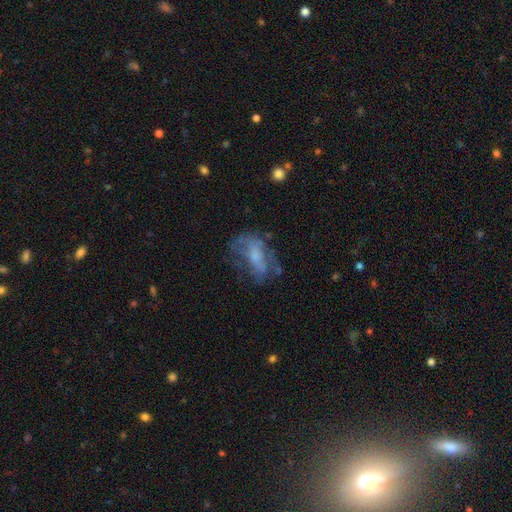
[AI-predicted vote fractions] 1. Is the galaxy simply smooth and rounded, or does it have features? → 52% featured or disk, 36% smooth, 11% star or artifact.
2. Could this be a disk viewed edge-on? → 93% no, 7% yes.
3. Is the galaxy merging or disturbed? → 45% none, 29% major disturbance, 22% minor disturbance, 4% merger.